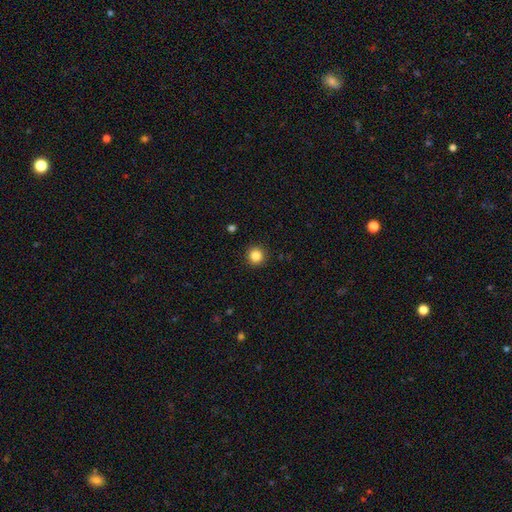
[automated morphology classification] Smooth or featured? Predicted: smooth (p=0.86). How rounded? Predicted: round (p=0.95). Merging? Predicted: none (p=0.92).